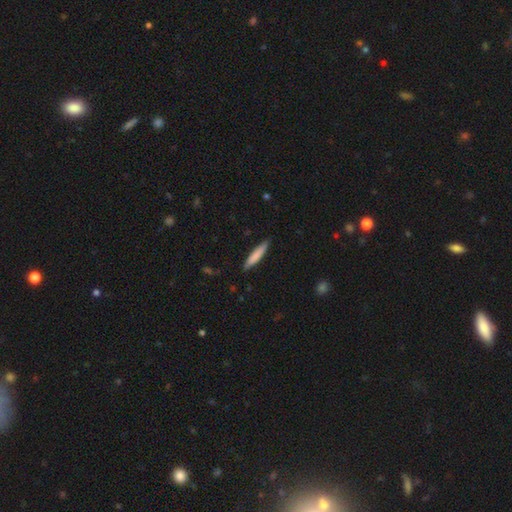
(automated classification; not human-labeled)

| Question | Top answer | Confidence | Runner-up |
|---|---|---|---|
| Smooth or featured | smooth | 79% | featured or disk (16%) |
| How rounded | cigar-shaped | 89% | in between (9%) |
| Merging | none | 86% | minor disturbance (11%) |